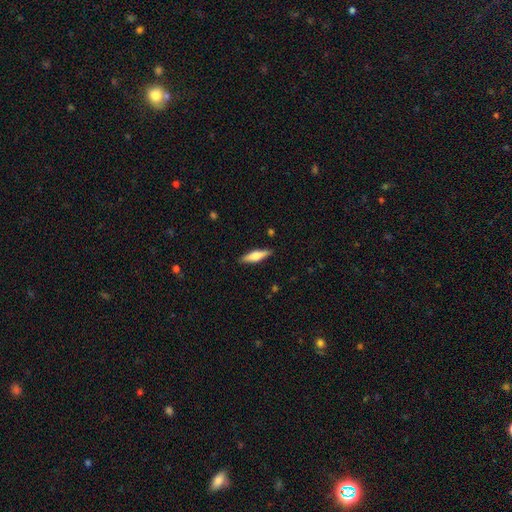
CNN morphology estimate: Smooth or featured?
  - smooth: 53% *
  - featured or disk: 41%
  - star or artifact: 6%
How rounded?
  - cigar-shaped: 65% *
  - in between: 33%
  - round: 2%
Merging?
  - none: 88% *
  - minor disturbance: 9%
  - major disturbance: 2%
  - merger: 1%